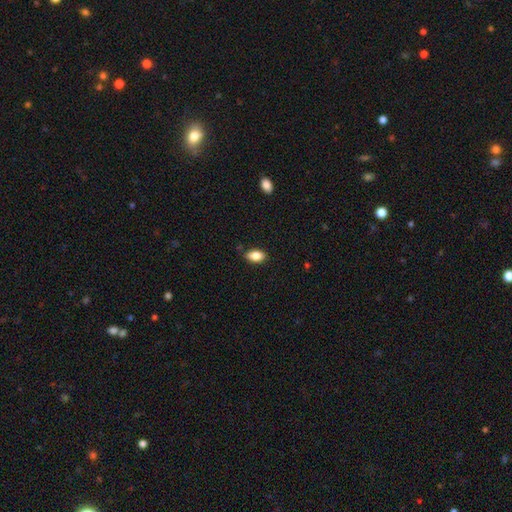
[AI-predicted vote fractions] A smooth galaxy with no disk features (84%) that is in between round and cigar-shaped (91%).

Vote fractions:
- Smooth or featured? smooth: 84% / star or artifact: 8% / featured or disk: 8%
- How rounded? in between: 91% / round: 6% / cigar-shaped: 4%
- Merging? none: 83% / minor disturbance: 13% / major disturbance: 2% / merger: 2%